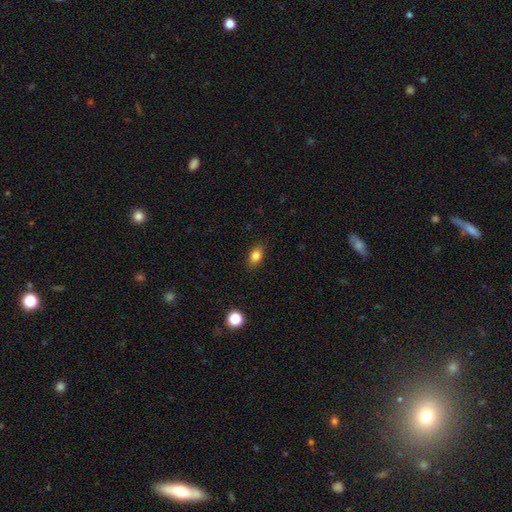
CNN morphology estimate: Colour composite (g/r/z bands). It shows a smooth galaxy with no disk features (83%) that is in between round and cigar-shaped (82%). Merging: none (86%).